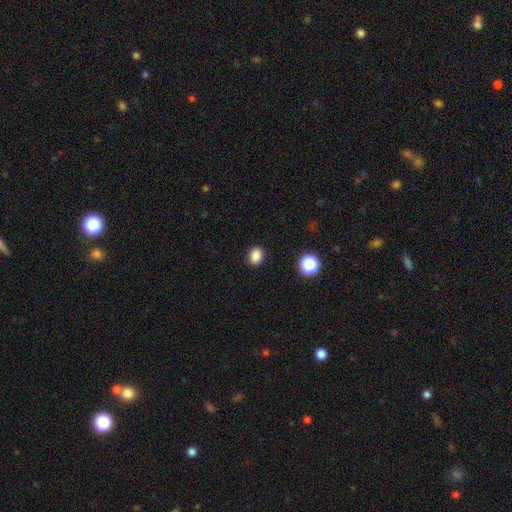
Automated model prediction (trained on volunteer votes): Smooth or featured? smooth (85%)
How rounded? in between (55%)
Merging? none (89%)